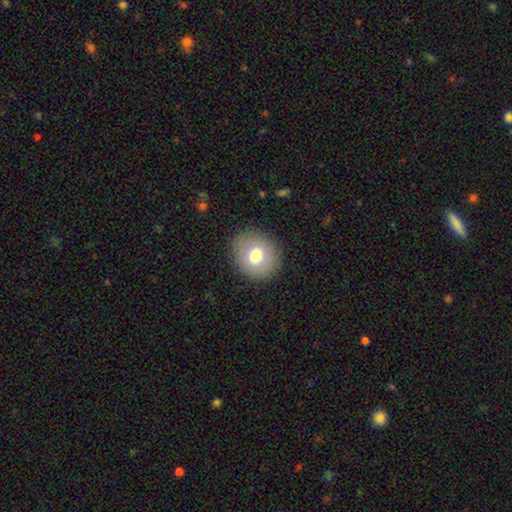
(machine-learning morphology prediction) Smooth or featured? smooth (73%)
How rounded? round (76%)
Merging? none (88%)